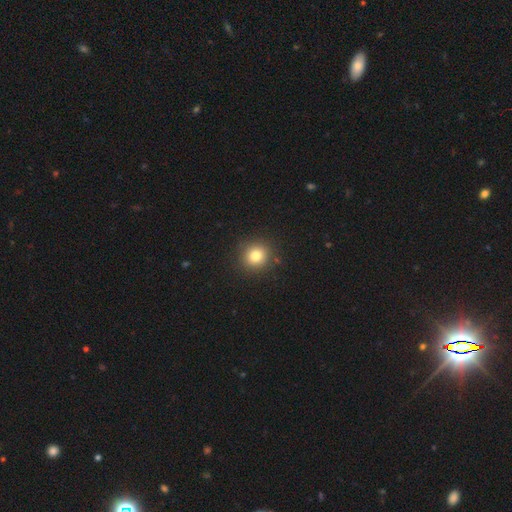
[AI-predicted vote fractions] This appears to be a smooth galaxy with no disk features (81%) that is round (91%). Merging: none (89%).